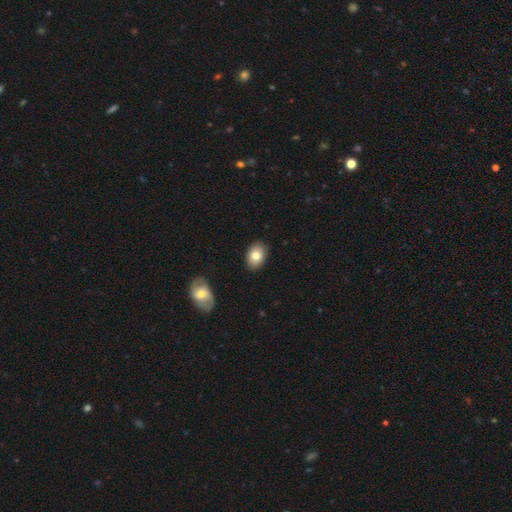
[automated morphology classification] This appears to be a smooth galaxy with no disk features (79%) that is in between round and cigar-shaped (83%). Merging: none (87%).